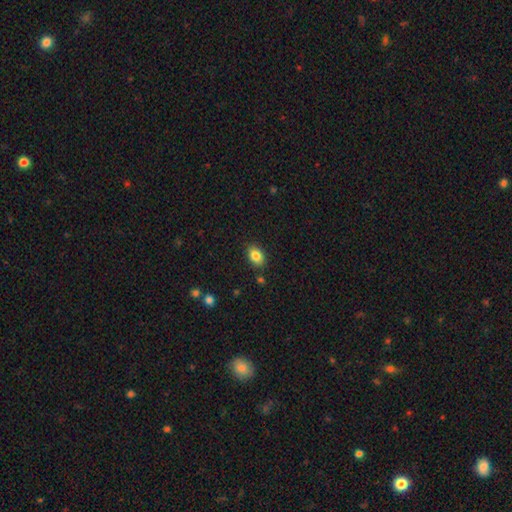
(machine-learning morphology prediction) type=smooth (84%); roundness=in between (77%); merging=none (86%).